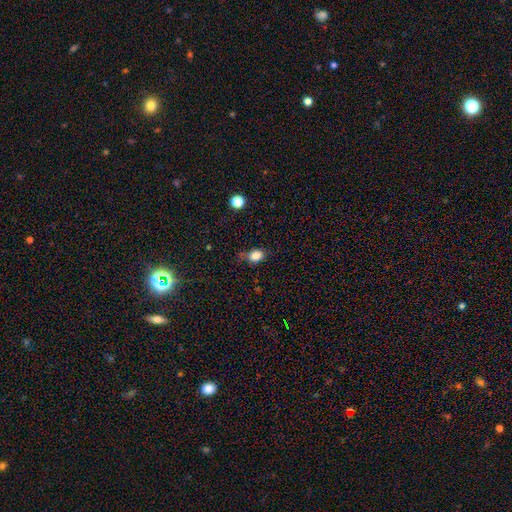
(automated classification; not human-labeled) Q: Smooth or featured?
A: smooth (84%); runner-up: star or artifact (11%)
Q: How rounded?
A: in between (63%); runner-up: round (36%)
Q: Merging?
A: none (60%); runner-up: minor disturbance (29%)